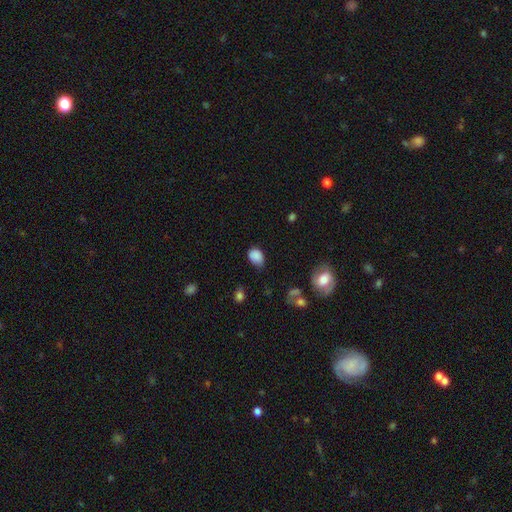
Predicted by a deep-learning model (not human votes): A smooth galaxy with no disk features (86%) that is in between round and cigar-shaped (75%).

Vote fractions:
- Smooth or featured? smooth: 86% / star or artifact: 9% / featured or disk: 5%
- How rounded? in between: 75% / round: 24% / cigar-shaped: 1%
- Merging? none: 61% / minor disturbance: 30% / major disturbance: 6% / merger: 2%